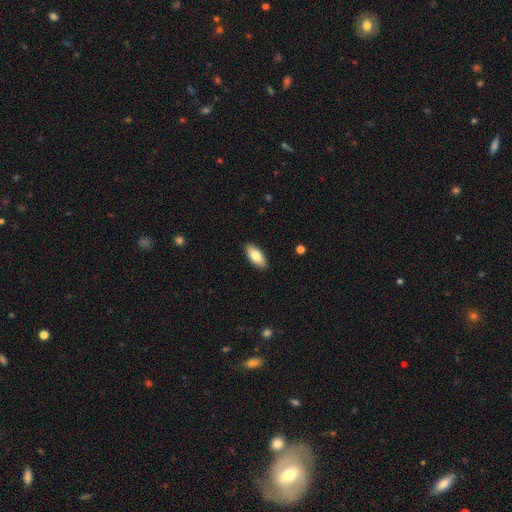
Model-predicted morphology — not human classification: Smooth or featured? Predicted: smooth (p=0.81). How rounded? Predicted: in between (p=0.88). Merging? Predicted: none (p=0.90).